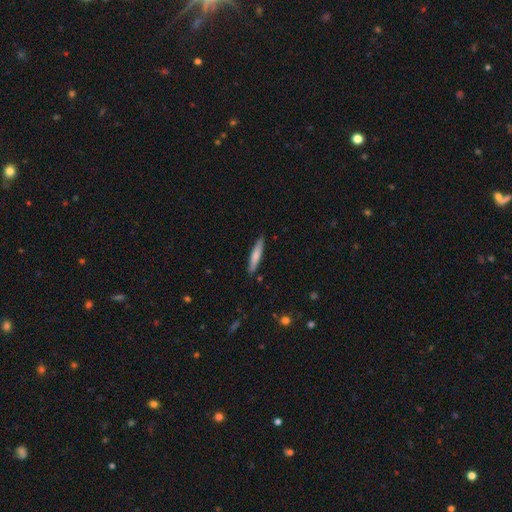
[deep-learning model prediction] The model was most divided on "smooth or featured": smooth: 72%, featured or disk: 22%, star or artifact: 5%. More confident: how rounded — cigar-shaped (91%); merging — none (87%).